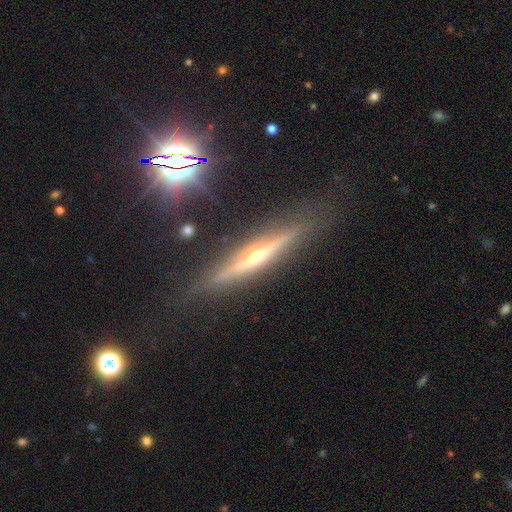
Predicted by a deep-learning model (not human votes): featured or disk 76%, smooth 14%, star or artifact 10%. Down the decision tree: edge-on disk — yes (96%); edge-on bulge — rounded (83%); merging — none (85%).